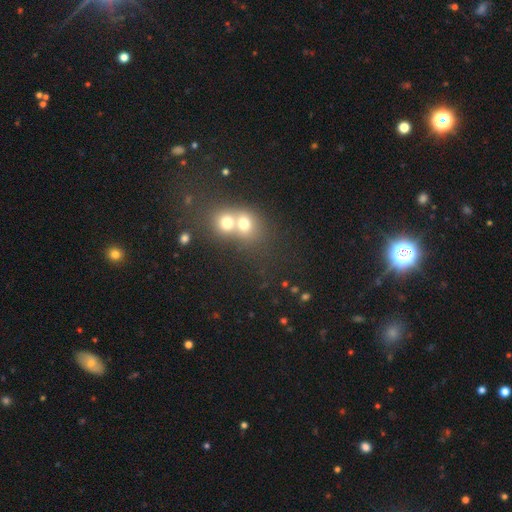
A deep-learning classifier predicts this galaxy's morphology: Smooth or featured: smooth — 48% (star or artifact — 36%)
Merging: merger — 54% (none — 35%)